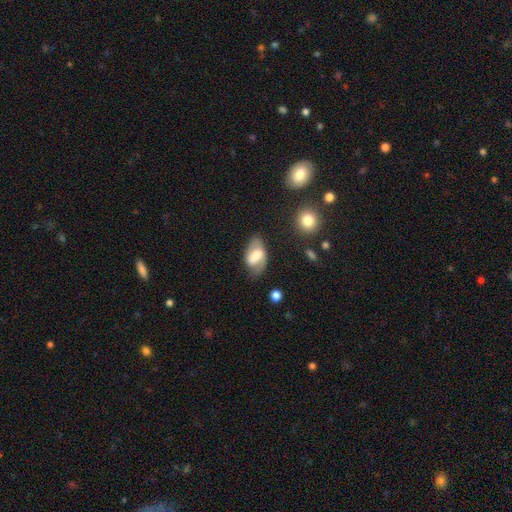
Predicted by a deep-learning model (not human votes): Morphology: type=smooth (47%); merging=none (64%).